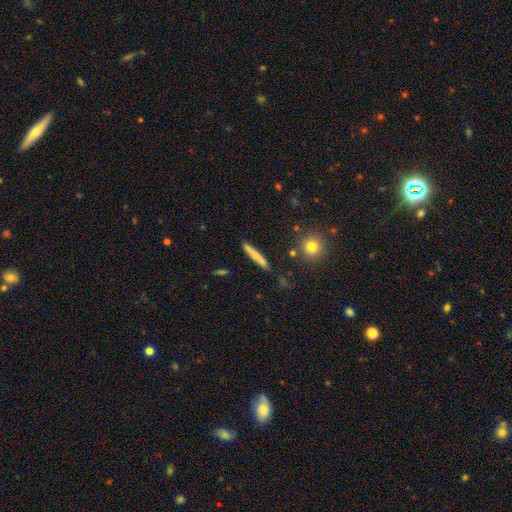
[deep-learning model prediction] A smooth galaxy with no disk features (74%) that is cigar-shaped (94%). Merging: none (87%).